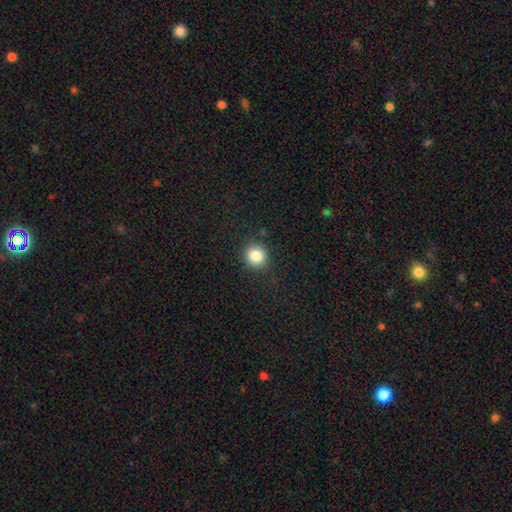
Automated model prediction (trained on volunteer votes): This appears to be a smooth galaxy with no disk features (85%) that is round (86%). Merging: none (86%).